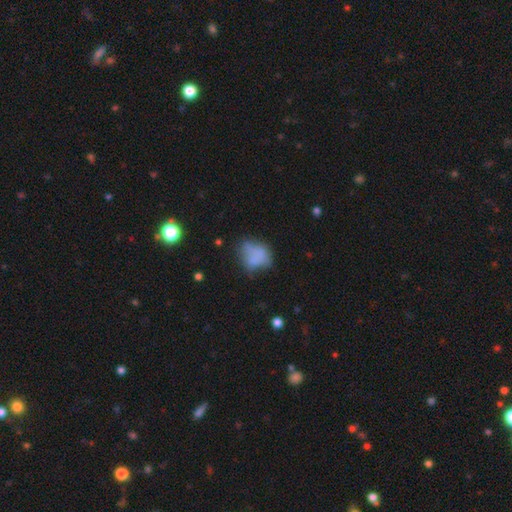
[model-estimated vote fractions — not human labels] A smooth galaxy with no disk features (67%) that is in between round and cigar-shaped (57%).

Vote fractions:
- Smooth or featured? smooth: 67% / featured or disk: 22% / star or artifact: 11%
- How rounded? in between: 57% / round: 41% / cigar-shaped: 2%
- Merging? none: 40% / minor disturbance: 30% / major disturbance: 20% / merger: 11%